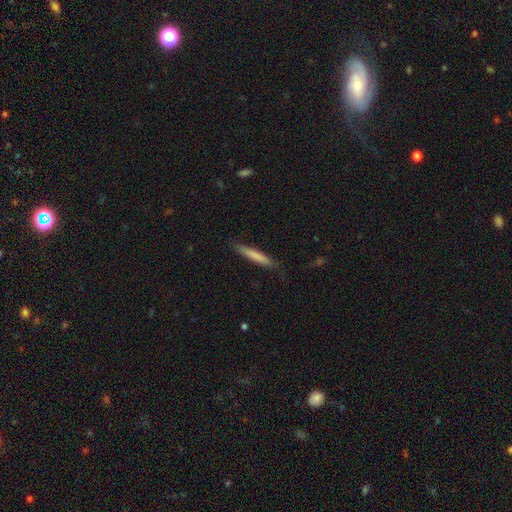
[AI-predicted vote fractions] smooth-or-featured: smooth: 76% | featured or disk: 19% | star or artifact: 6%
  how-rounded: cigar-shaped: 94% | in between: 5% | round: 1%
  merging: none: 85% | minor disturbance: 12% | major disturbance: 2% | merger: 1%